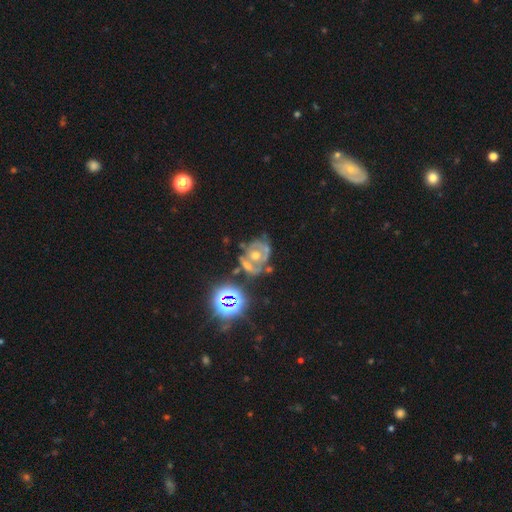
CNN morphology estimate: Smooth or featured?
  - featured or disk: 60% *
  - star or artifact: 26%
  - smooth: 14%
Edge-on disk?
  - no: 96% *
  - yes: 4%
Bar?
  - no: 74% *
  - weak: 19%
  - strong: 7%
Spiral arms?
  - yes: 67% *
  - no: 33%
Bulge size?
  - moderate: 60% *
  - small: 31%
  - large: 4%
  - none: 3%
  - dominant: 2%
Merging?
  - none: 54% *
  - minor disturbance: 18%
  - merger: 15%
  - major disturbance: 13%